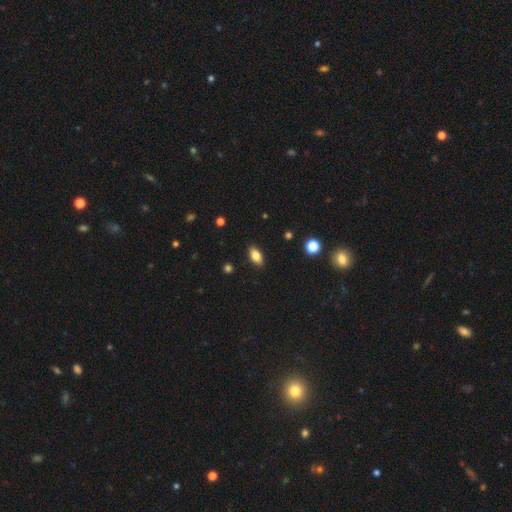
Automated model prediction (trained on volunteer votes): The model was most divided on "smooth or featured": smooth: 81%, featured or disk: 11%, star or artifact: 8%. More confident: how rounded — in between (89%); merging — none (89%).